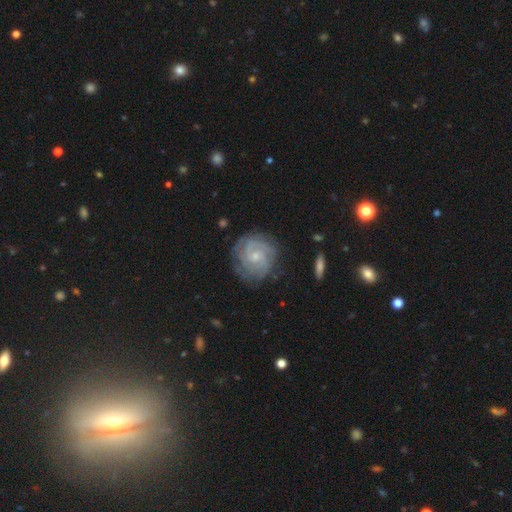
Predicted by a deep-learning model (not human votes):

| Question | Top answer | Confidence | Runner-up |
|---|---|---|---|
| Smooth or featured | featured or disk | 84% | smooth (11%) |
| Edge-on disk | no | 98% | yes (2%) |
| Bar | no | 65% | weak (30%) |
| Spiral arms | yes | 96% | no (4%) |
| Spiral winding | tight | 73% | medium (23%) |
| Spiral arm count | can't tell | 29% | 2 (23%) |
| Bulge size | small | 69% | moderate (25%) |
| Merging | none | 77% | minor disturbance (16%) |